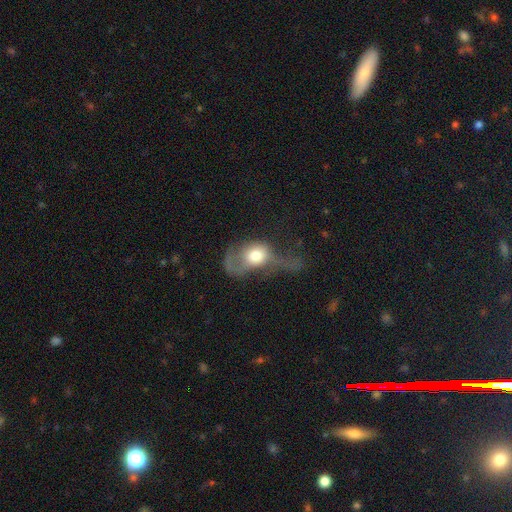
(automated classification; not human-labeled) Smooth or featured? smooth (55%)
How rounded? in between (55%)
Merging? major disturbance (67%)